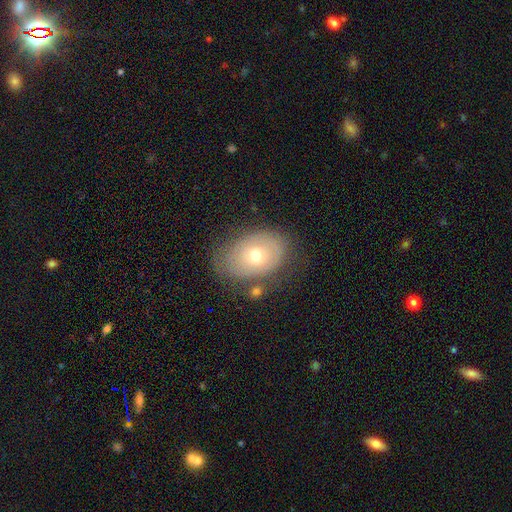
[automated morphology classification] A smooth galaxy with no disk features (52%) that is in between round and cigar-shaped (73%).

Vote fractions:
- Smooth or featured? smooth: 52% / featured or disk: 39% / star or artifact: 9%
- How rounded? in between: 73% / round: 26% / cigar-shaped: 1%
- Merging? none: 68% / minor disturbance: 20% / major disturbance: 7% / merger: 5%